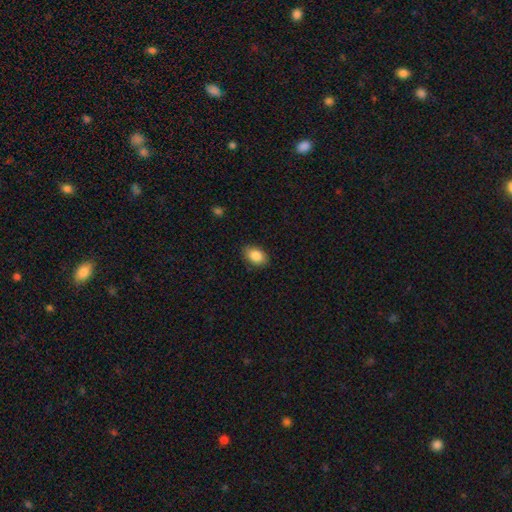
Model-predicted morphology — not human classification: smooth-or-featured: smooth: 87% | star or artifact: 7% | featured or disk: 6%
  how-rounded: in between: 87% | round: 12% | cigar-shaped: 1%
  merging: none: 86% | minor disturbance: 11% | major disturbance: 2% | merger: 1%